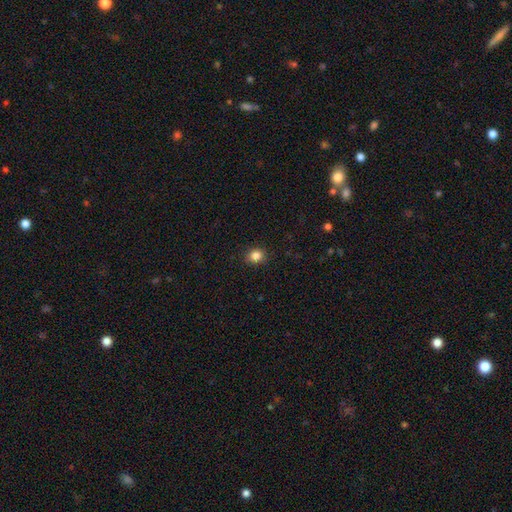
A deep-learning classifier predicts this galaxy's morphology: Smooth or featured: smooth — 85% (star or artifact — 11%)
How rounded: round — 76% (in between — 23%)
Merging: none — 89% (minor disturbance — 8%)